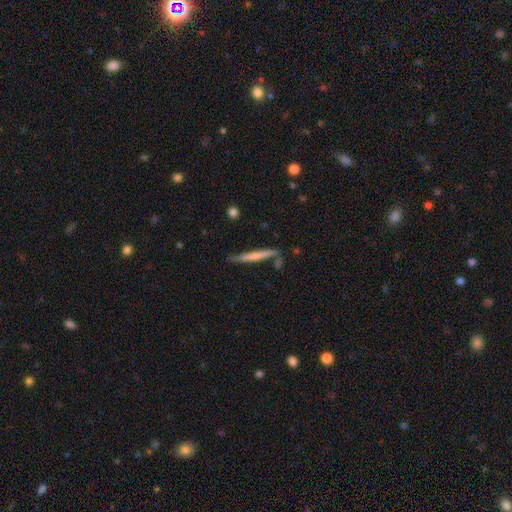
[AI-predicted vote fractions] Overall: smooth (52%; featured or disk 43%). How rounded: cigar-shaped (95%). Merging: none (75%).